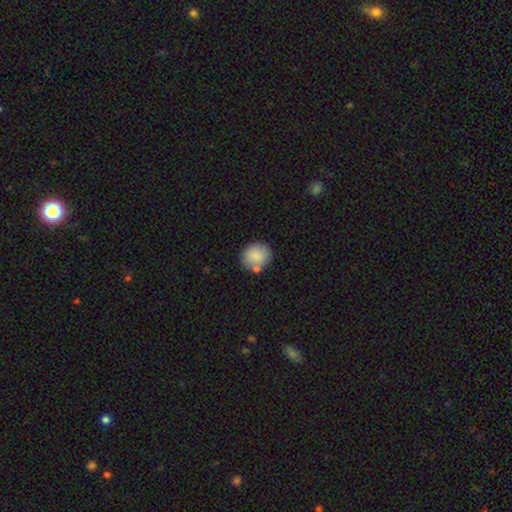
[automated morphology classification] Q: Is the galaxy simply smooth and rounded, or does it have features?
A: smooth — 86%.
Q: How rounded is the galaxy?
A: round — 78%.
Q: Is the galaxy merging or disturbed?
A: none — 72%.